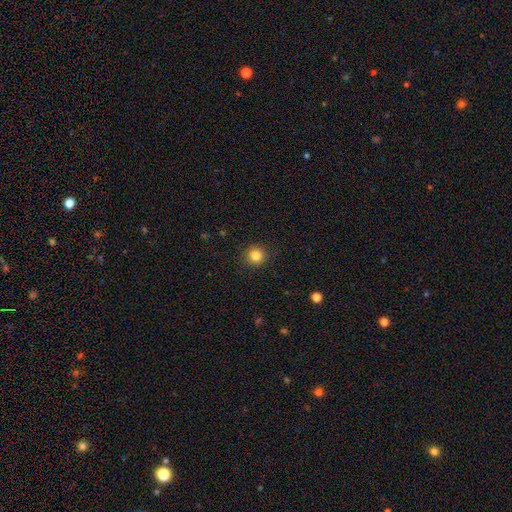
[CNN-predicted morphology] Overall: smooth (83%). How rounded: round (92%). Merging: none (90%).